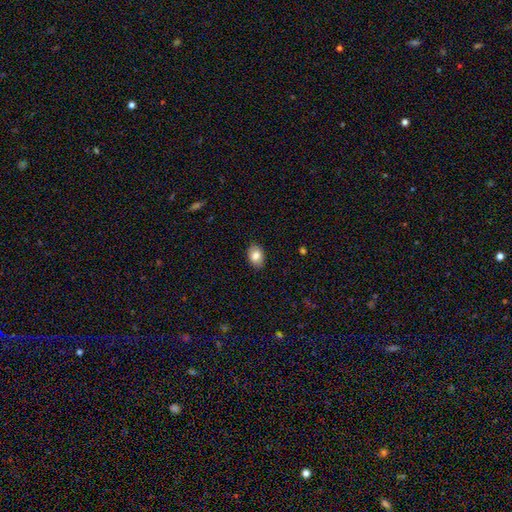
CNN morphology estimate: type=smooth (83%); roundness=in between (82%); merging=none (87%).